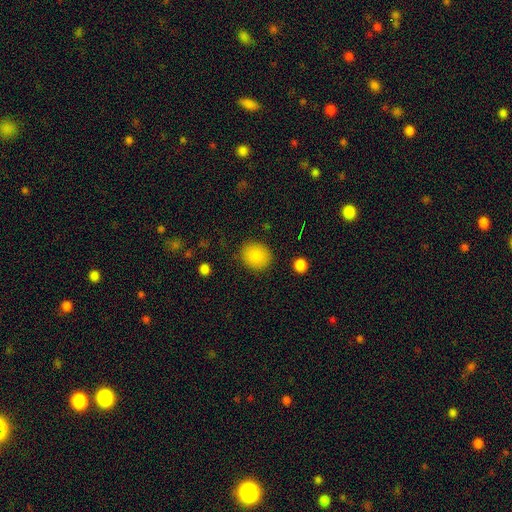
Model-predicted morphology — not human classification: This is clearly a smooth galaxy (86%). How rounded: likely round (72%). Merging: clearly none (86%).